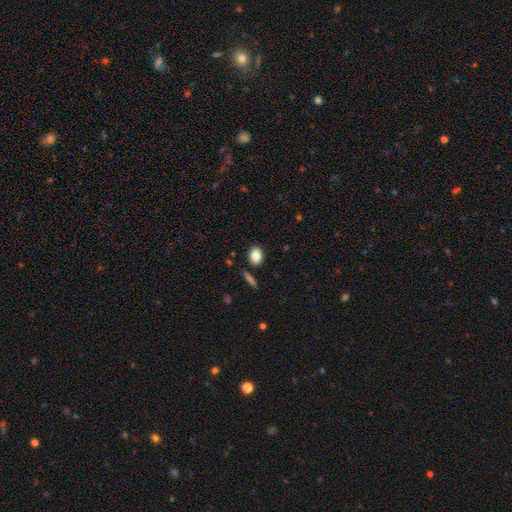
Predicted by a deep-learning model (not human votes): A smooth galaxy with no disk features (84%) that is in between round and cigar-shaped (61%).

Vote fractions:
- Smooth or featured? smooth: 84% / star or artifact: 8% / featured or disk: 7%
- How rounded? in between: 61% / round: 37% / cigar-shaped: 2%
- Merging? none: 86% / minor disturbance: 9% / merger: 3% / major disturbance: 2%